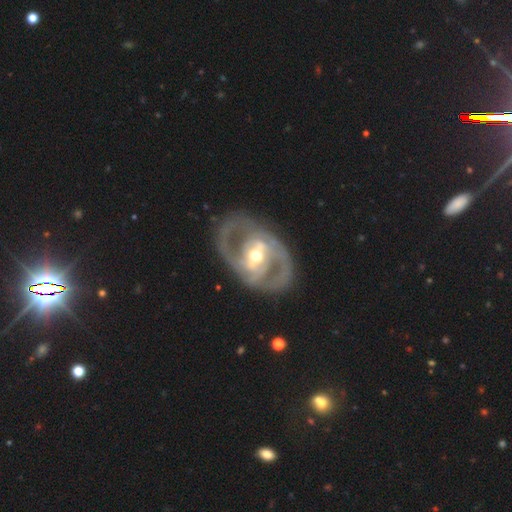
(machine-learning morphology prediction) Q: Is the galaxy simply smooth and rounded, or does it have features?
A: featured or disk — 88%.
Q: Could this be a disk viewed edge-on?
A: no — 96%.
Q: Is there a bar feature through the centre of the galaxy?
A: strong — 39%.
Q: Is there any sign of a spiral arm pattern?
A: yes — 89%.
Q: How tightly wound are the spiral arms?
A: medium — 48%.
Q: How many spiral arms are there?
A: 2 — 78%.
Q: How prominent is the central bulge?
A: moderate — 64%.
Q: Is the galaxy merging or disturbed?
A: none — 77%.